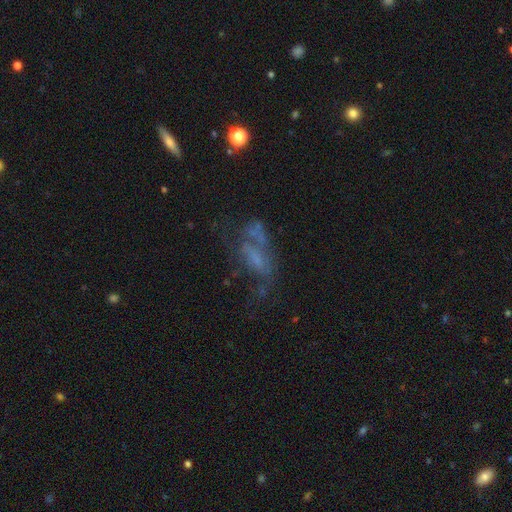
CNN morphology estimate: smooth-or-featured: featured or disk: 53% | smooth: 27% | star or artifact: 20%
  disk-edge-on: no: 92% | yes: 8%
  merging: major disturbance: 37% | none: 34% | minor disturbance: 18% | merger: 11%